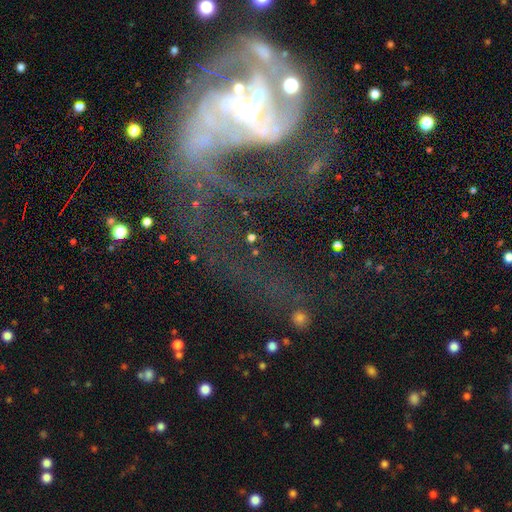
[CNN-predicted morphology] Smooth or featured? Predicted: featured or disk (p=0.82). Edge-on disk? Predicted: no (p=0.97). Bar? Predicted: no (p=0.38). Spiral arms? Predicted: yes (p=0.83). Spiral winding? Predicted: loose (p=0.47). Spiral arm count? Predicted: 2 (p=0.49). Bulge size? Predicted: small (p=0.43). Merging? Predicted: major disturbance (p=0.49).